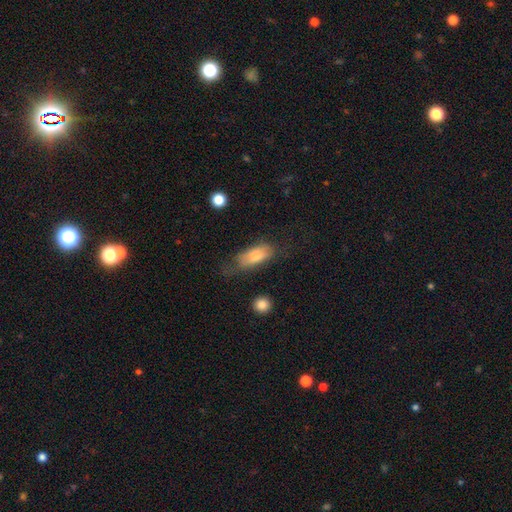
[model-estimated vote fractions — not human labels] The model was most divided on "merging": none: 45%, minor disturbance: 30%, major disturbance: 21%, merger: 3%. More confident: how rounded — in between (82%); smooth or featured — smooth (77%).